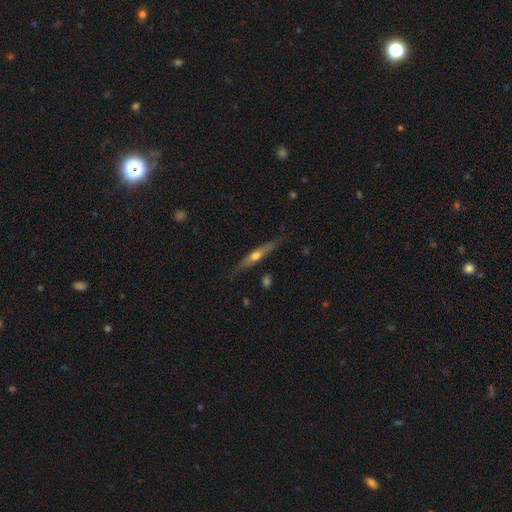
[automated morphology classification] Smooth or featured? featured or disk (59%)
Edge-on disk? yes (93%)
Edge-on bulge? rounded (88%)
Merging? none (80%)